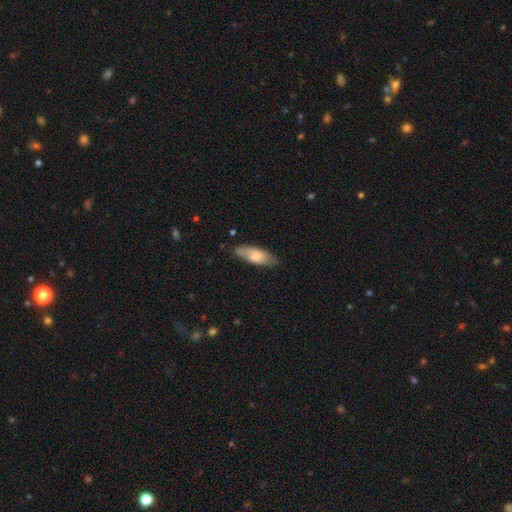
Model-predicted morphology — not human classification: A smooth galaxy with no disk features (68%) that is in between round and cigar-shaped (68%).

Vote fractions:
- Smooth or featured? smooth: 68% / featured or disk: 26% / star or artifact: 6%
- How rounded? in between: 68% / cigar-shaped: 30% / round: 2%
- Merging? none: 75% / minor disturbance: 20% / major disturbance: 4% / merger: 2%